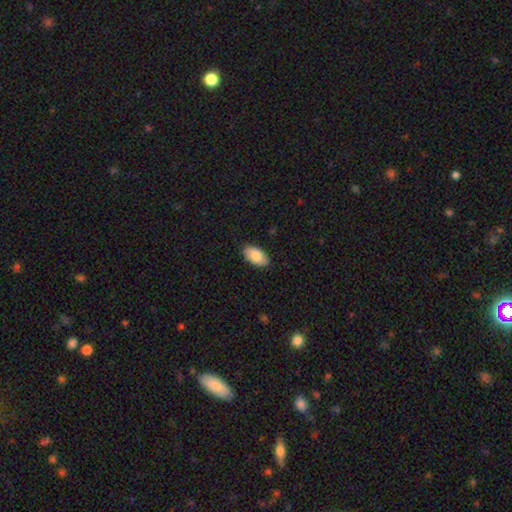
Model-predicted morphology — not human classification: A smooth galaxy with no disk features (84%) that is in between round and cigar-shaped (95%). Merging: none (88%).